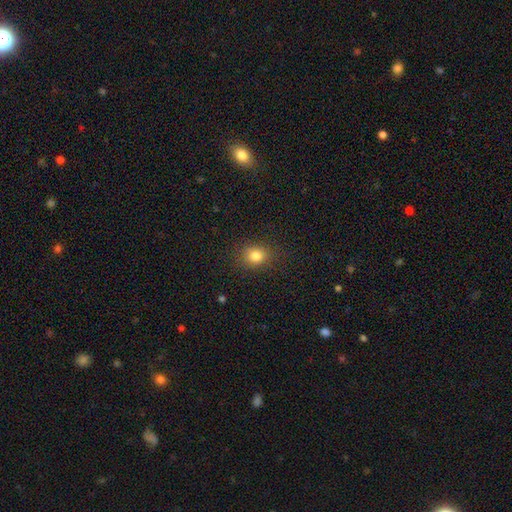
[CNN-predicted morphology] A smooth galaxy with no disk features (81%) that is round (63%). Merging: none (86%).